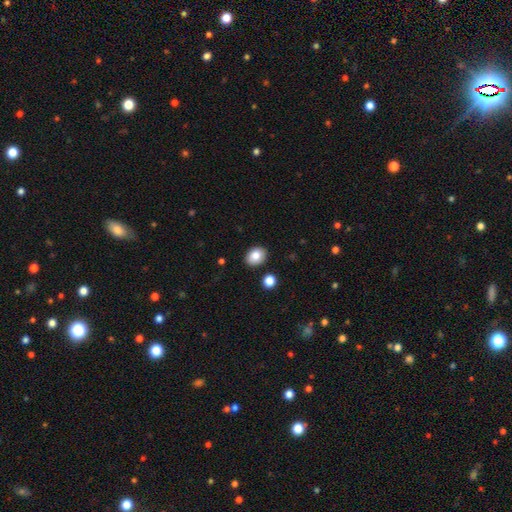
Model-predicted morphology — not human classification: Smooth or featured?
  - smooth: 85% *
  - star or artifact: 8%
  - featured or disk: 7%
How rounded?
  - in between: 62% *
  - round: 37%
  - cigar-shaped: 1%
Merging?
  - none: 88% *
  - minor disturbance: 8%
  - merger: 3%
  - major disturbance: 2%